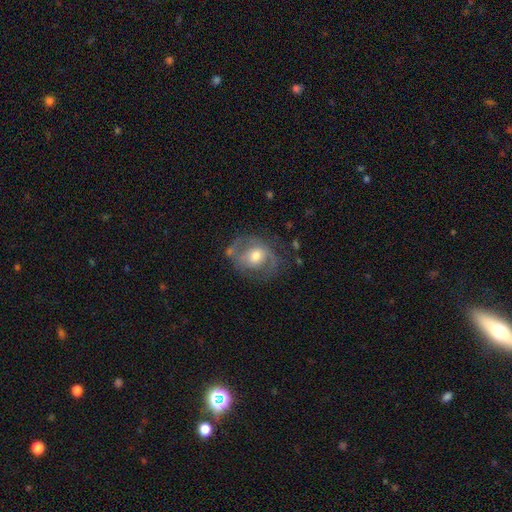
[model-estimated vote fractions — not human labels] Smooth or featured? featured or disk (58%)
Edge-on disk? no (96%)
Bar? no (56%)
Spiral arms? yes (65%)
Bulge size? moderate (69%)
Merging? none (52%)